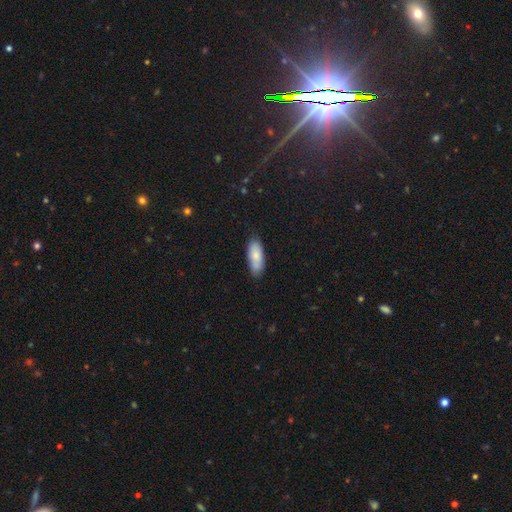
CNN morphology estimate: Q: Smooth or featured?
A: smooth (81%); runner-up: featured or disk (13%)
Q: How rounded?
A: in between (77%); runner-up: cigar-shaped (21%)
Q: Merging?
A: none (77%); runner-up: minor disturbance (18%)